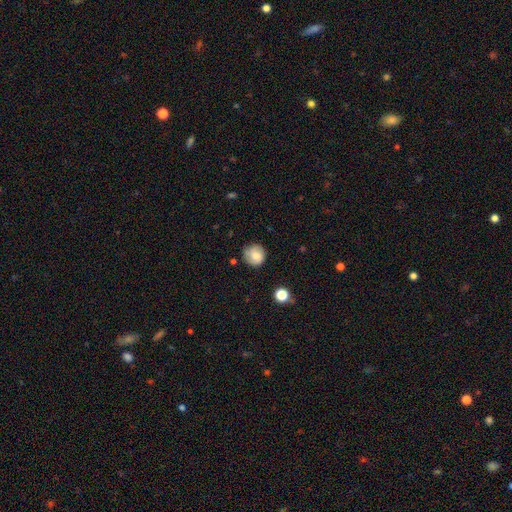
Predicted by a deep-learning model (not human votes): Smooth or featured: smooth — 68% (featured or disk — 23%)
How rounded: round — 90% (in between — 9%)
Merging: none — 75% (minor disturbance — 18%)